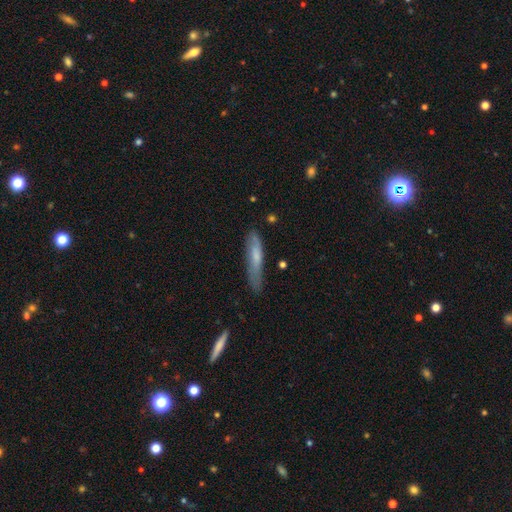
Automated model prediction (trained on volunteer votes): Morphology: type=smooth (65%); roundness=cigar-shaped (85%); merging=none (64%).